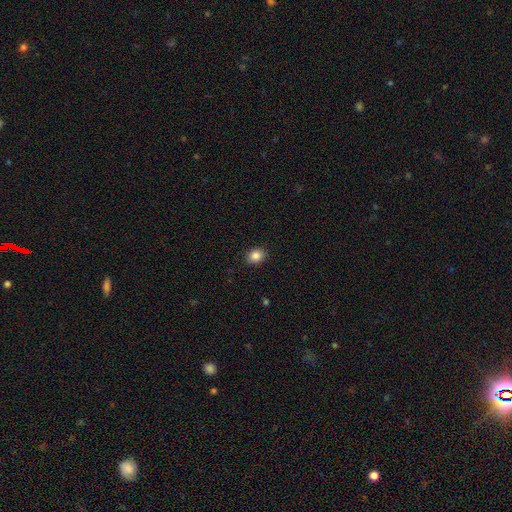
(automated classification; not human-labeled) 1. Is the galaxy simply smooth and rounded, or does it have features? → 87% smooth, 9% star or artifact, 4% featured or disk.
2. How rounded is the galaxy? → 54% round, 45% in between, 1% cigar-shaped.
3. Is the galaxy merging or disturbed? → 90% none, 7% minor disturbance, 2% major disturbance, 1% merger.